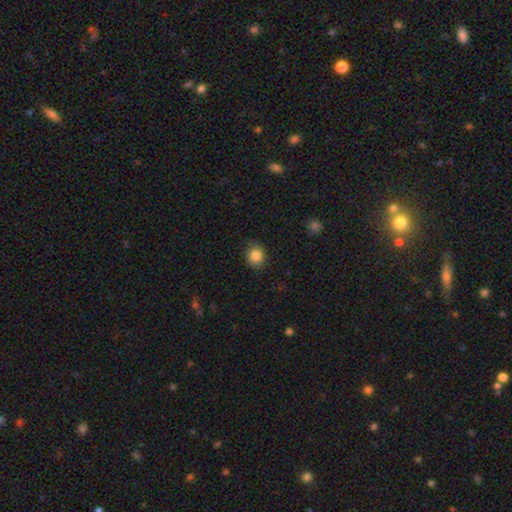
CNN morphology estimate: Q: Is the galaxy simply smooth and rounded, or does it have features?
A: smooth — 84%.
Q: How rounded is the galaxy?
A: round — 73%.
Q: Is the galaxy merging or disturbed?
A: none — 77%.